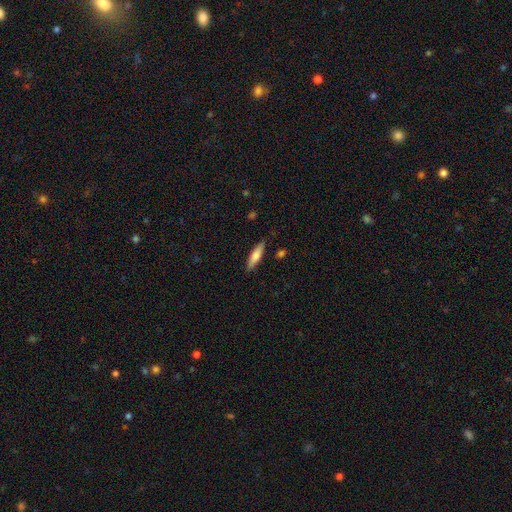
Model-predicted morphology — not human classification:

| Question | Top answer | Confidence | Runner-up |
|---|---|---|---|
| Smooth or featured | smooth | 69% | featured or disk (25%) |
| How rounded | cigar-shaped | 69% | in between (30%) |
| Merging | none | 86% | minor disturbance (10%) |